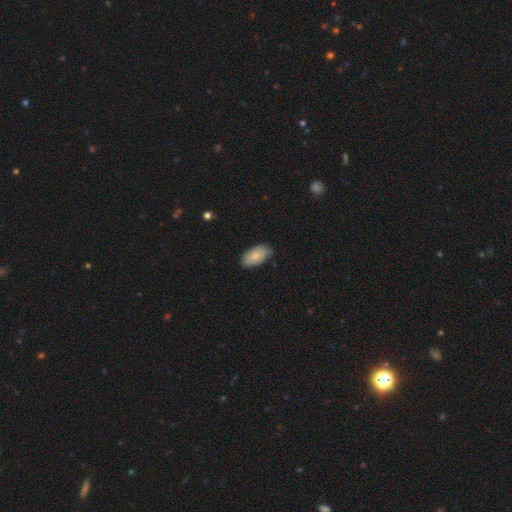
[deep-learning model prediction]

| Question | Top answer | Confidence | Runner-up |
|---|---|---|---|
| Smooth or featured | smooth | 81% | featured or disk (12%) |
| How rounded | in between | 94% | round (3%) |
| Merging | none | 81% | minor disturbance (16%) |